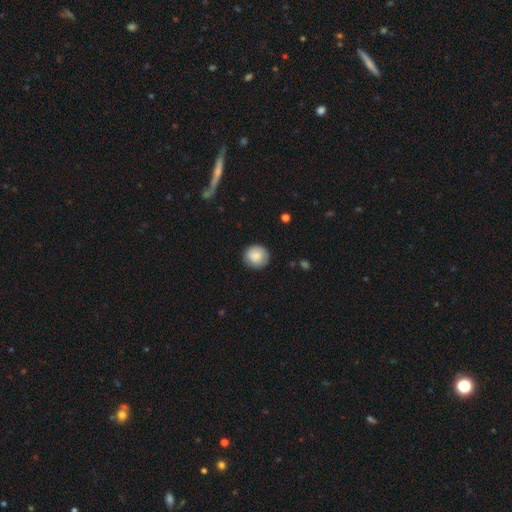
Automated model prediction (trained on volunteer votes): smooth 84%, featured or disk 9%, star or artifact 7%. Down the decision tree: how rounded — round (92%); merging — none (86%).